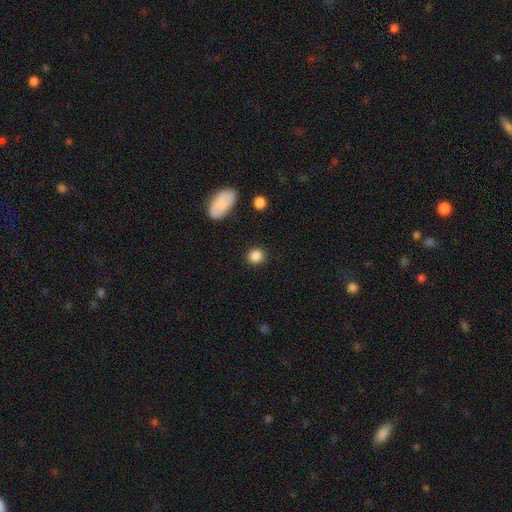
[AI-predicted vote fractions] smooth_or_featured: smooth (p=0.87) [alt: star or artifact p=0.09]
how_rounded: round (p=0.84) [alt: in between p=0.15]
merging: none (p=0.88) [alt: minor disturbance p=0.07]